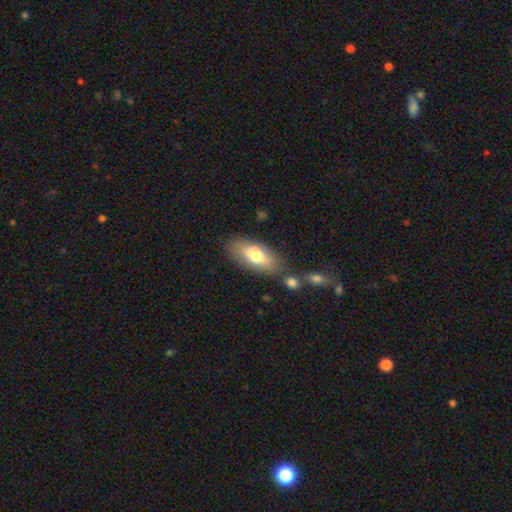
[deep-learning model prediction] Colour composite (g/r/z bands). It shows a smooth galaxy with no disk features (69%) that is in between round and cigar-shaped (83%). Merging: none (69%).